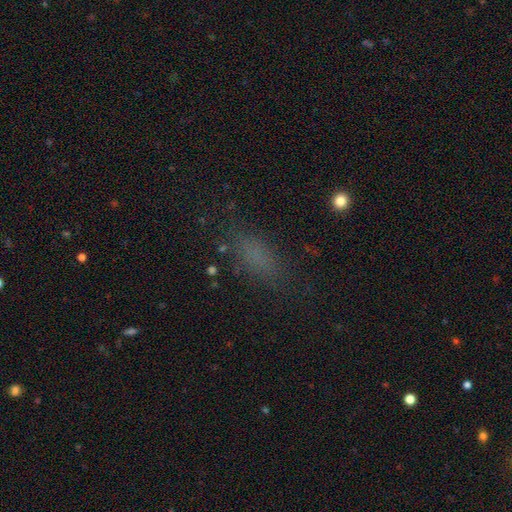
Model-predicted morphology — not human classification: Smooth or featured? smooth (71%)
How rounded? in between (71%)
Merging? none (73%)